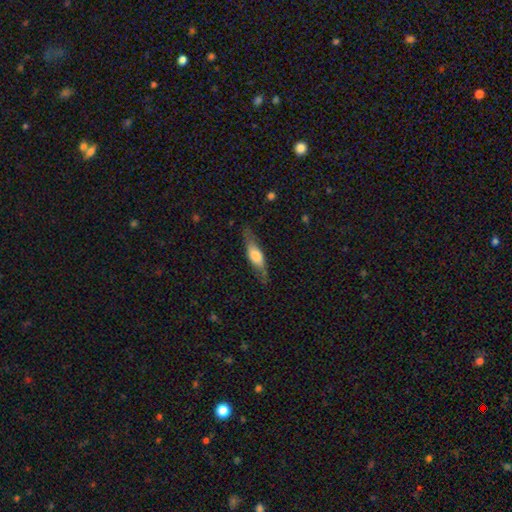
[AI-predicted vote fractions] Q: Smooth or featured?
A: smooth (50%); runner-up: featured or disk (44%)
Q: How rounded?
A: cigar-shaped (57%); runner-up: in between (40%)
Q: Merging?
A: none (76%); runner-up: minor disturbance (17%)